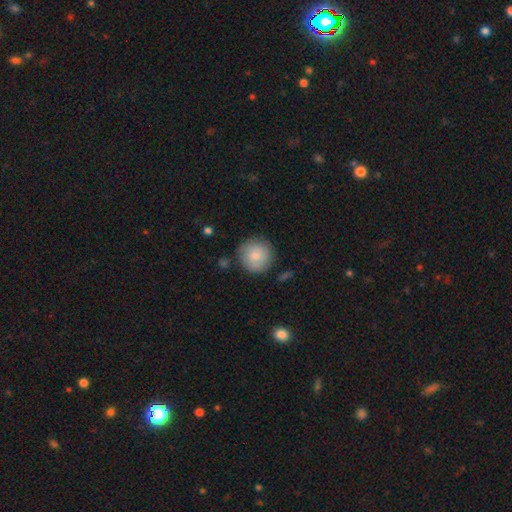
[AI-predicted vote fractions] Smooth or featured: smooth — 83% (featured or disk — 10%)
How rounded: round — 95% (in between — 4%)
Merging: none — 83% (minor disturbance — 11%)